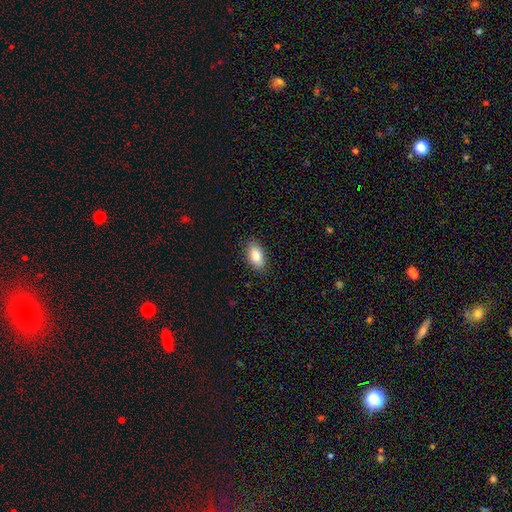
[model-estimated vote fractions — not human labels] Q: Smooth or featured?
A: smooth (83%); runner-up: featured or disk (10%)
Q: How rounded?
A: in between (90%); runner-up: cigar-shaped (5%)
Q: Merging?
A: none (87%); runner-up: minor disturbance (10%)